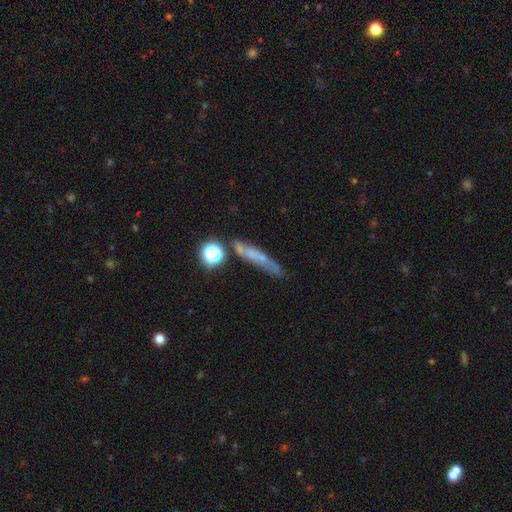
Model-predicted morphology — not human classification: Smooth or featured?
  - smooth: 50% *
  - featured or disk: 34%
  - star or artifact: 16%
Merging?
  - none: 64% *
  - minor disturbance: 20%
  - merger: 9%
  - major disturbance: 8%